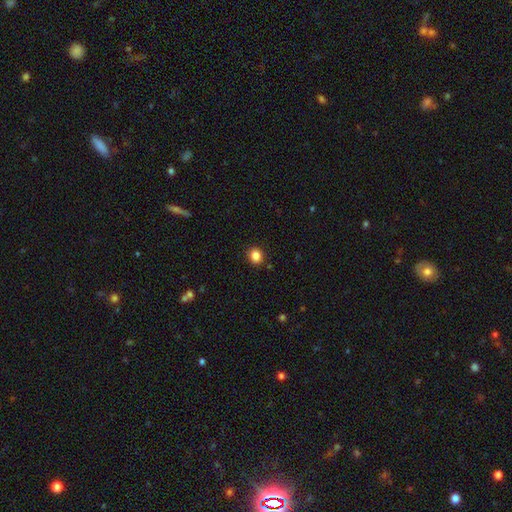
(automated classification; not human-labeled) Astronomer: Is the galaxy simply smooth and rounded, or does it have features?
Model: smooth — 84%.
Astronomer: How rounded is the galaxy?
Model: round — 70%.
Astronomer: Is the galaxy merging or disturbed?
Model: none — 89%.